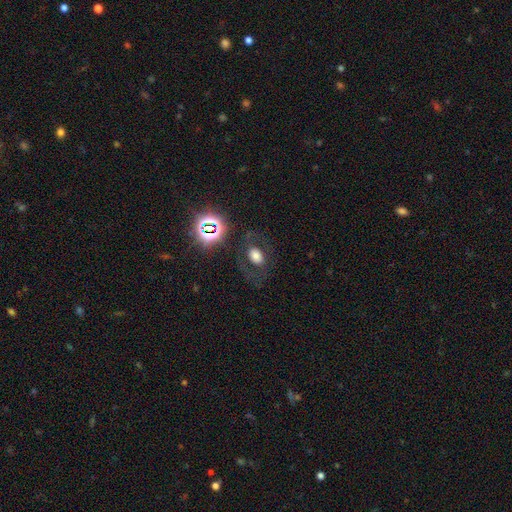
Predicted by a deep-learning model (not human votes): Overall: smooth (56%; featured or disk 25%). How rounded: in between (75%). Merging: none (73%).